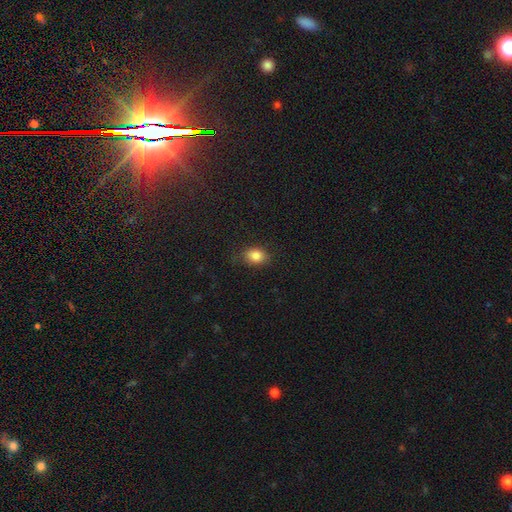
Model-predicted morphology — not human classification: type=smooth (84%); roundness=in between (58%); merging=none (78%).